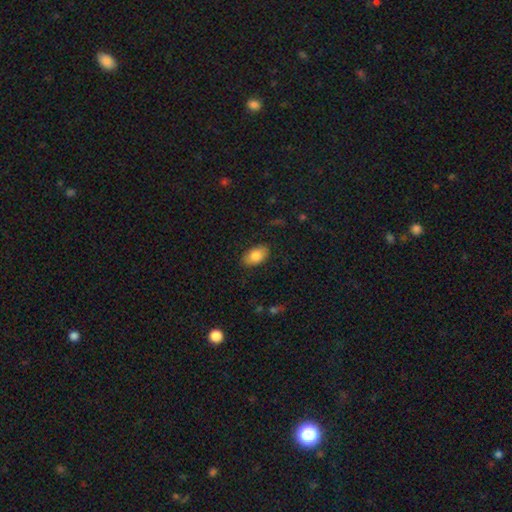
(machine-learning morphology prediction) type=smooth (84%); roundness=in between (91%); merging=none (85%).